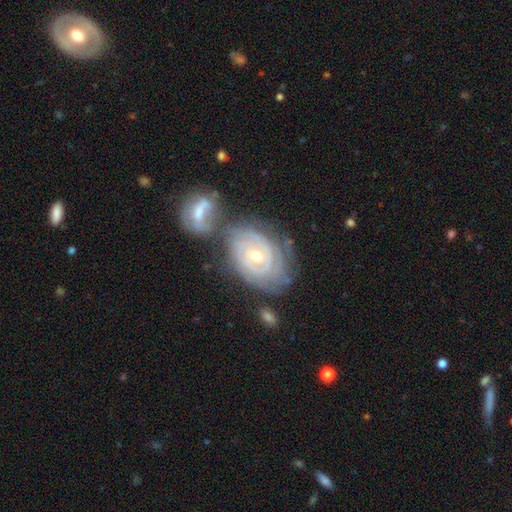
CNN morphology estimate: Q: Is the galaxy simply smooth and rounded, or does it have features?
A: featured or disk — 88%.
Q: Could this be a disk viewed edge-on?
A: no — 97%.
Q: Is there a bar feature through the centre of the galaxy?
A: no — 61%.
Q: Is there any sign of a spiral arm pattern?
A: yes — 95%.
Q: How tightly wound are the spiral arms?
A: tight — 82%.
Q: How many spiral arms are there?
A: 2 — 33%.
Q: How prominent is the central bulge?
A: moderate — 66%.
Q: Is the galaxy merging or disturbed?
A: none — 52%.